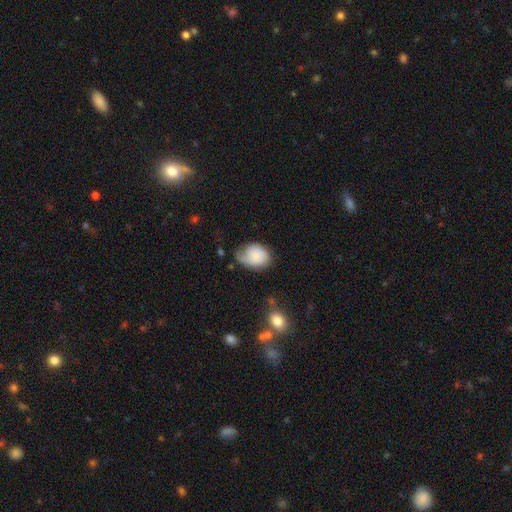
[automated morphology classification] Smooth or featured? smooth (61%)
How rounded? in between (64%)
Merging? minor disturbance (38%)